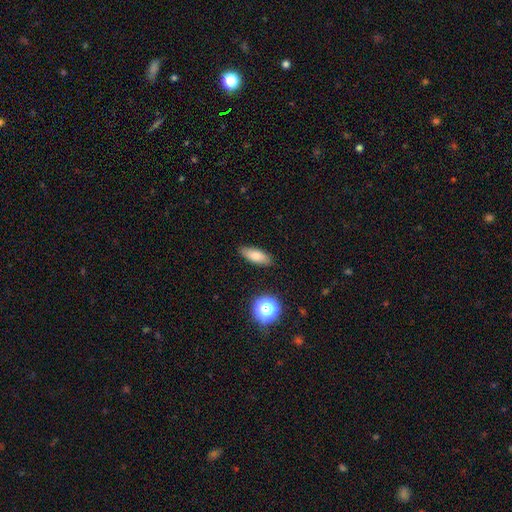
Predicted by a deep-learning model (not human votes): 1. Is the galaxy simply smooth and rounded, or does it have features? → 75% smooth, 15% featured or disk, 10% star or artifact.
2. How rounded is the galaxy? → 67% in between, 29% cigar-shaped, 5% round.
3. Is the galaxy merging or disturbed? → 86% none, 10% minor disturbance, 2% major disturbance, 2% merger.